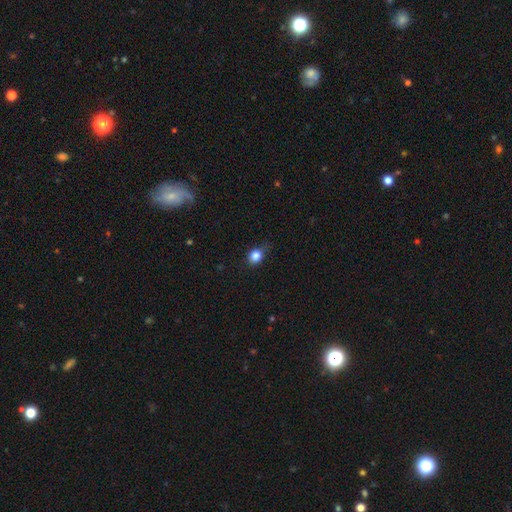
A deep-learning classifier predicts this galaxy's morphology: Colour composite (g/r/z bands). It shows a smooth galaxy with no disk features (84%) that is round (62%). Merging: none (69%).